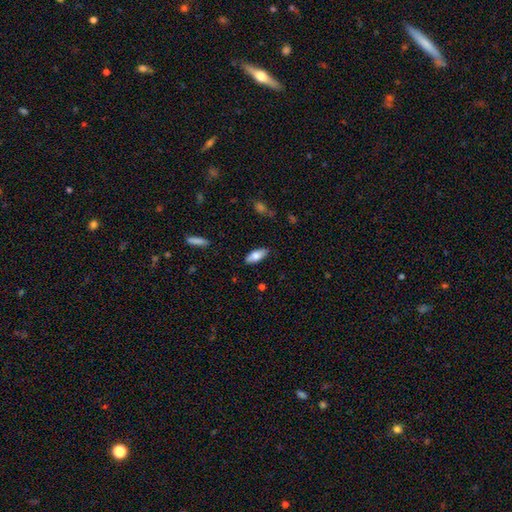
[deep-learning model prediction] This is likely a smooth galaxy (77%). How rounded: clearly in between (82%). Merging: clearly none (86%).